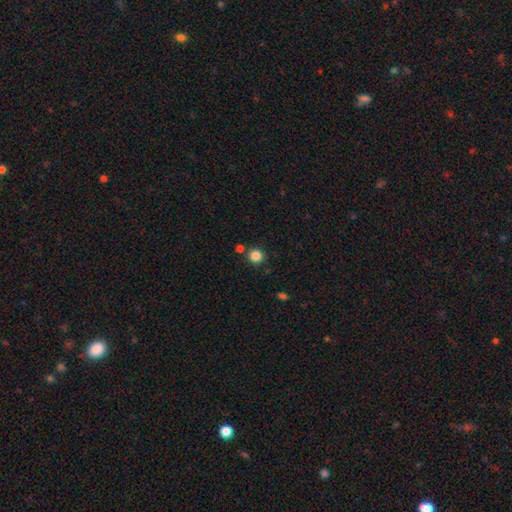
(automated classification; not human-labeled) The model was most divided on "smooth or featured": smooth: 85%, star or artifact: 12%, featured or disk: 4%. More confident: how rounded — round (94%); merging — none (84%).